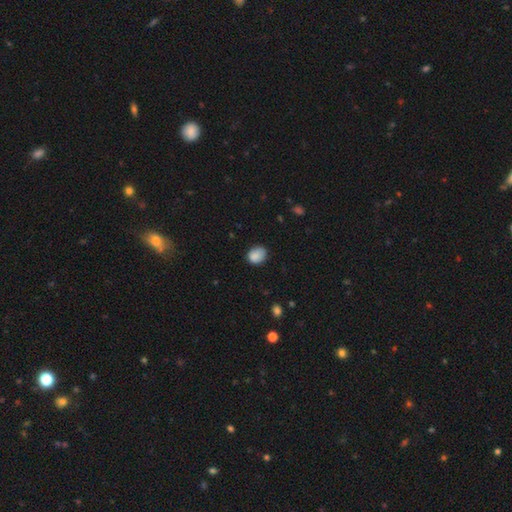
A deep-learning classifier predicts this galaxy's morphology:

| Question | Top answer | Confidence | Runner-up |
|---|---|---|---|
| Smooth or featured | smooth | 86% | star or artifact (9%) |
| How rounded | round | 58% | in between (41%) |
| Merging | none | 70% | minor disturbance (24%) |